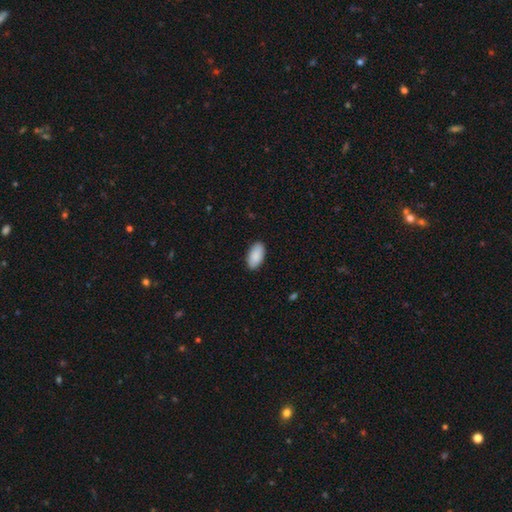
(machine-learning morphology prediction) smooth-or-featured: smooth: 90% | star or artifact: 6% | featured or disk: 4%
  how-rounded: in between: 95% | cigar-shaped: 3% | round: 2%
  merging: none: 89% | minor disturbance: 8% | major disturbance: 2% | merger: 1%